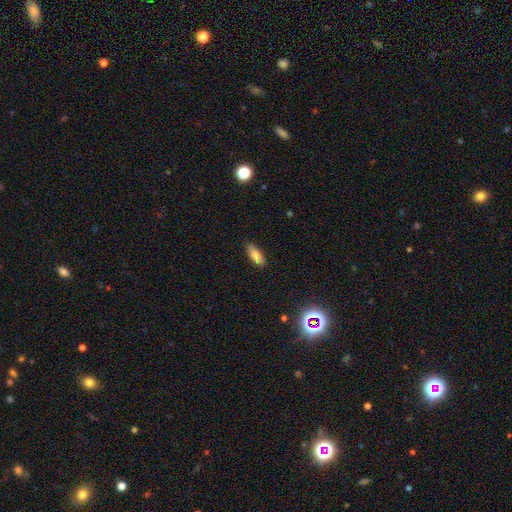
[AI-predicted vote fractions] This appears to be a smooth galaxy with no disk features (78%) that is in between round and cigar-shaped (72%). Merging: none (84%).